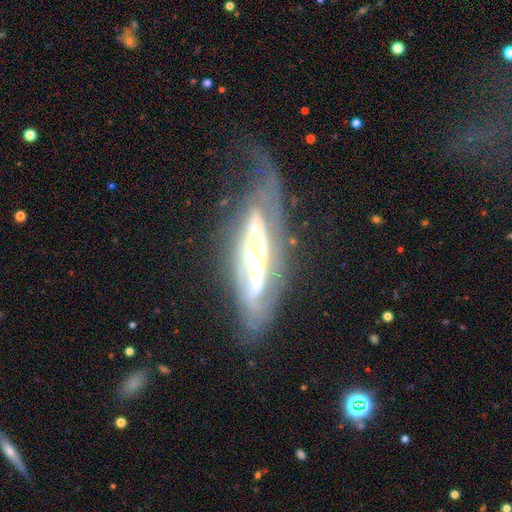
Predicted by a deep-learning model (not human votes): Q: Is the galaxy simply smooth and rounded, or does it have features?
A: featured or disk — 80%.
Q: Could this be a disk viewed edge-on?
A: no — 58%.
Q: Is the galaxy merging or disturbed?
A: major disturbance — 37%.